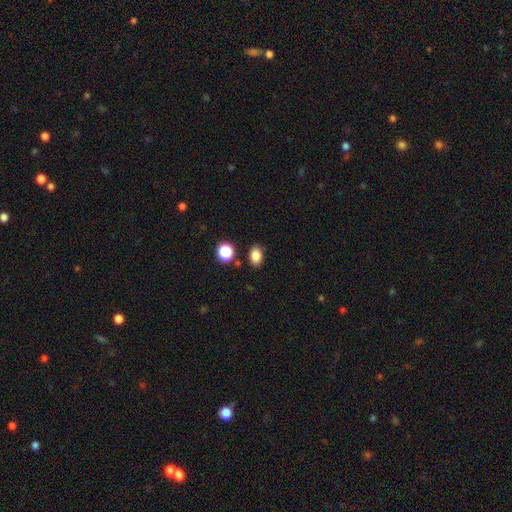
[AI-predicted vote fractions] Q: Smooth or featured?
A: smooth (84%); runner-up: star or artifact (11%)
Q: How rounded?
A: in between (79%); runner-up: round (19%)
Q: Merging?
A: none (84%); runner-up: minor disturbance (9%)